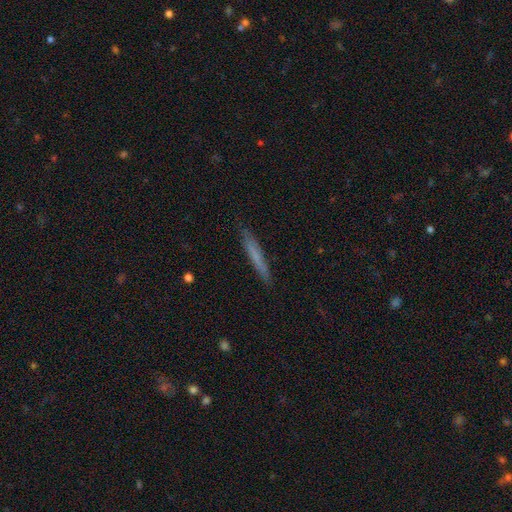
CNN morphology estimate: Overall: smooth (61%; featured or disk 32%). How rounded: cigar-shaped (96%). Merging: none (88%).